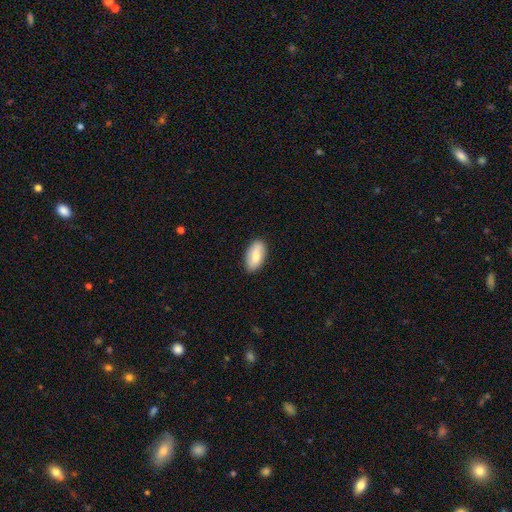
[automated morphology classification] smooth 70%, featured or disk 24%, star or artifact 6%. Down the decision tree: how rounded — in between (93%); merging — none (85%).